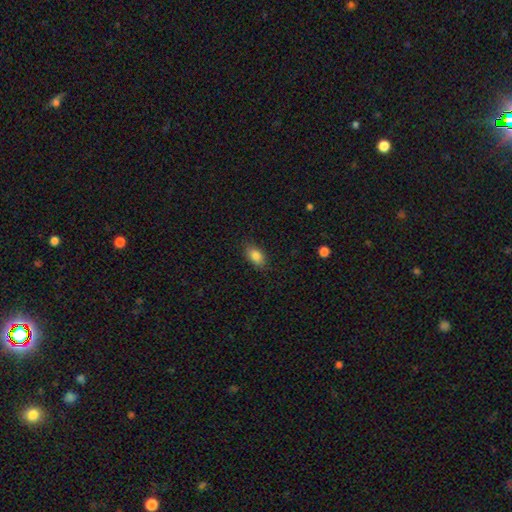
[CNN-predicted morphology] Smooth or featured? Predicted: smooth (p=0.85). How rounded? Predicted: in between (p=0.89). Merging? Predicted: none (p=0.83).